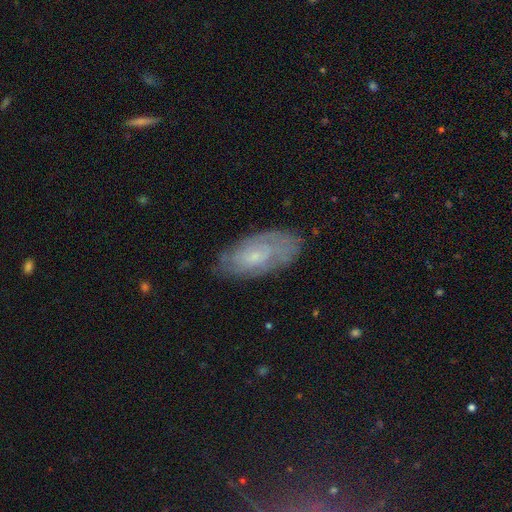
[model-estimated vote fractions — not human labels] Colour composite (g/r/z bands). It shows a featured or disk galaxy (59%) with no bar (71%), spiral arms (77%) and a small central bulge (72%). Merging: none (76%).